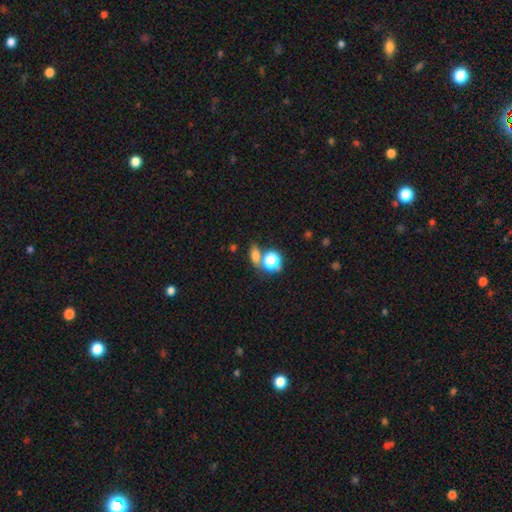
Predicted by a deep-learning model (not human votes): Overall: smooth (65%). How rounded: in between (59%; round 35%). Merging: none (63%; merger 23%).